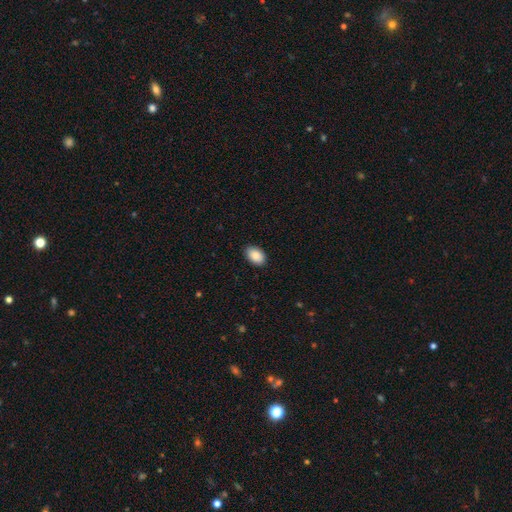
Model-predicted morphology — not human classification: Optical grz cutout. It shows a smooth galaxy with no disk features (89%) that is in between round and cigar-shaped (89%). Merging: none (89%).